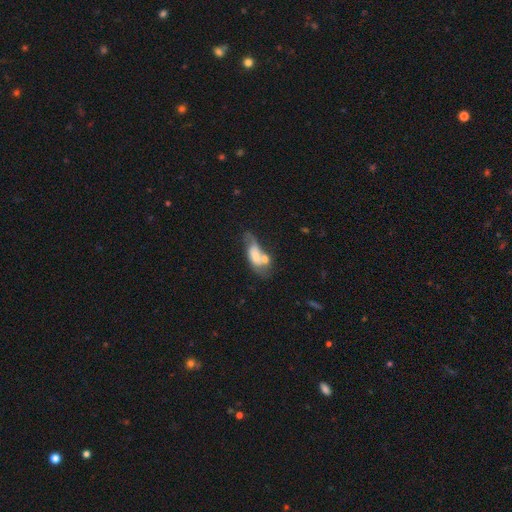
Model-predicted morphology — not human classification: A smooth galaxy with no disk features (52%) that is in between round and cigar-shaped (79%). Merging: merger (42%).